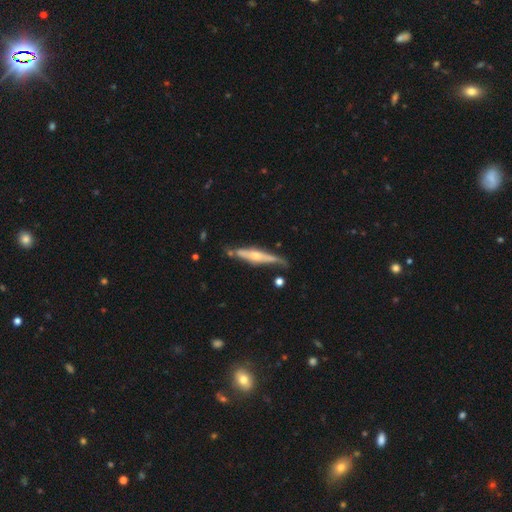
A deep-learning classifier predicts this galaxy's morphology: Smooth or featured? Predicted: featured or disk (p=0.71). Edge-on disk? Predicted: yes (p=0.88). Edge-on bulge? Predicted: rounded (p=0.84). Merging? Predicted: none (p=0.62).